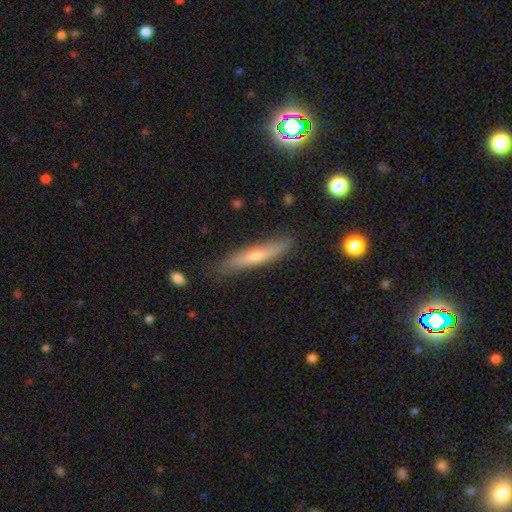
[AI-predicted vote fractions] Smooth or featured: smooth — 55% (featured or disk — 39%)
How rounded: cigar-shaped — 90% (in between — 9%)
Merging: none — 82% (minor disturbance — 14%)